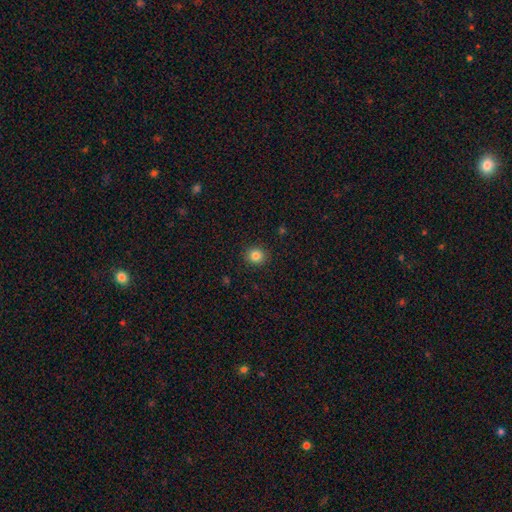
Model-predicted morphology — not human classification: Smooth or featured? Predicted: smooth (p=0.83). How rounded? Predicted: round (p=0.88). Merging? Predicted: none (p=0.92).